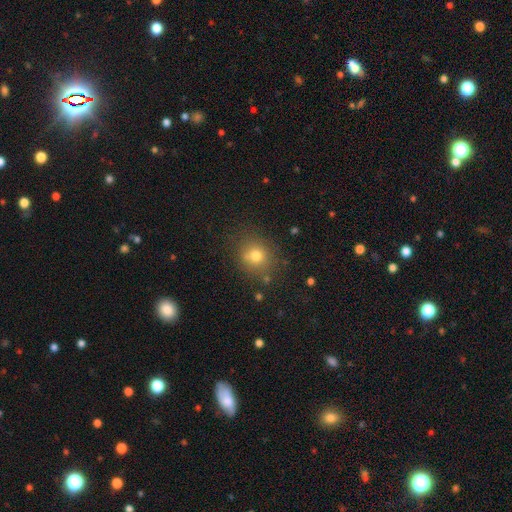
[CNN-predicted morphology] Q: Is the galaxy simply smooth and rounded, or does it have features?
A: smooth — 74%.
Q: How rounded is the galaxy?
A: round — 81%.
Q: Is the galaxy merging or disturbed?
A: none — 79%.